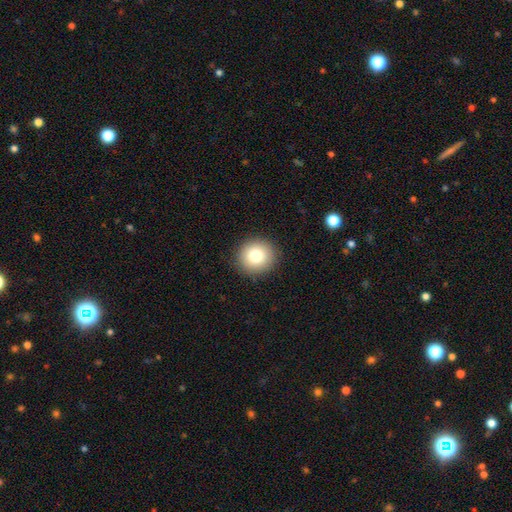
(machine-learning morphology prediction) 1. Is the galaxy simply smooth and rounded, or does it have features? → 80% smooth, 10% star or artifact, 10% featured or disk.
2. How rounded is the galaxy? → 91% round, 8% in between, 1% cigar-shaped.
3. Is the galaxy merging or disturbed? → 92% none, 6% minor disturbance, 2% major disturbance, 1% merger.